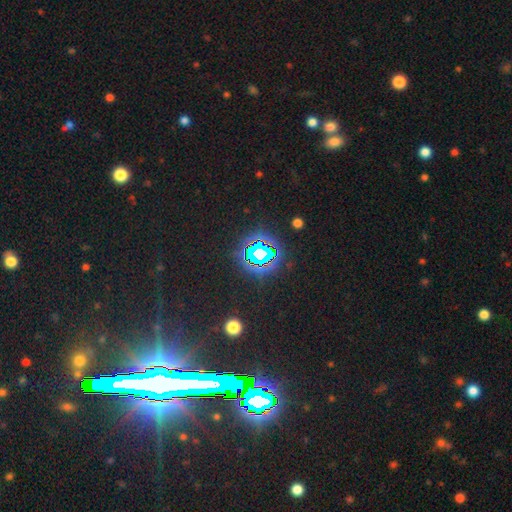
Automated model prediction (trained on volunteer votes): star or artifact 82%, smooth 9%, featured or disk 9%.